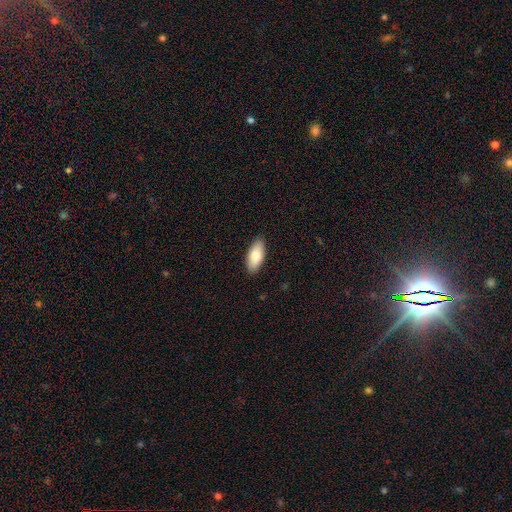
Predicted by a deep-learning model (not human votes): This appears to be a smooth galaxy with no disk features (80%) that is in between round and cigar-shaped (87%). Merging: none (90%).